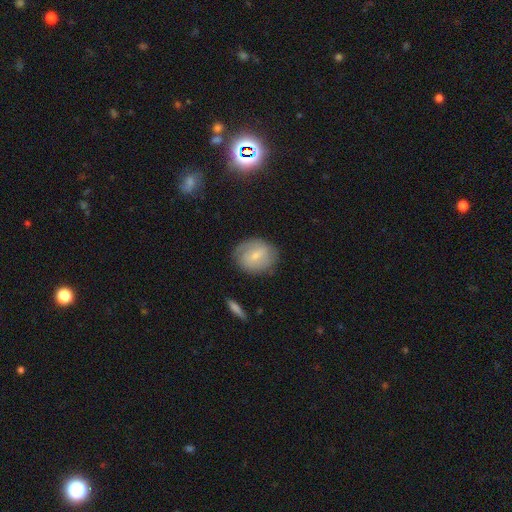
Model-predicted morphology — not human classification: A featured or disk galaxy (47%).

Vote fractions:
- Smooth or featured? featured or disk: 47% / smooth: 46% / star or artifact: 7%
- Merging? none: 77% / minor disturbance: 16% / major disturbance: 5% / merger: 2%